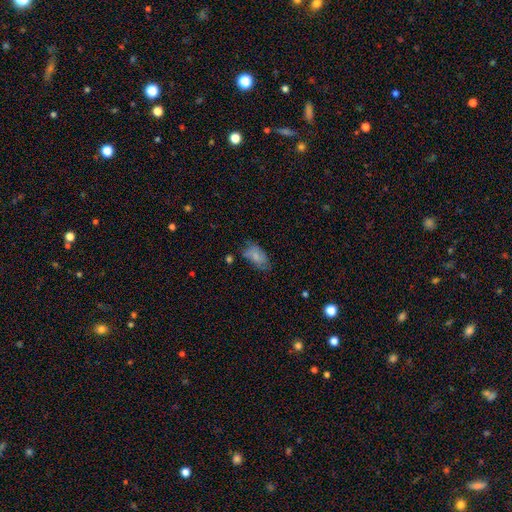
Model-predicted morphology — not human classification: smooth 72%, featured or disk 20%, star or artifact 8%. Down the decision tree: how rounded — in between (92%); merging — none (50%).